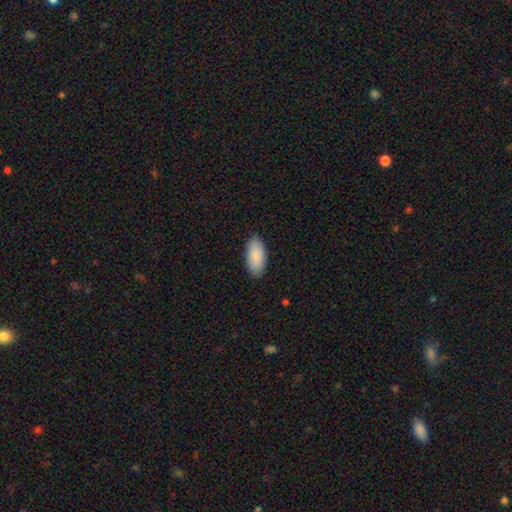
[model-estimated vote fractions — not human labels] smooth_or_featured: smooth (p=0.90) [alt: star or artifact p=0.06]
how_rounded: in between (p=0.92) [alt: cigar-shaped p=0.07]
merging: none (p=0.88) [alt: minor disturbance p=0.09]